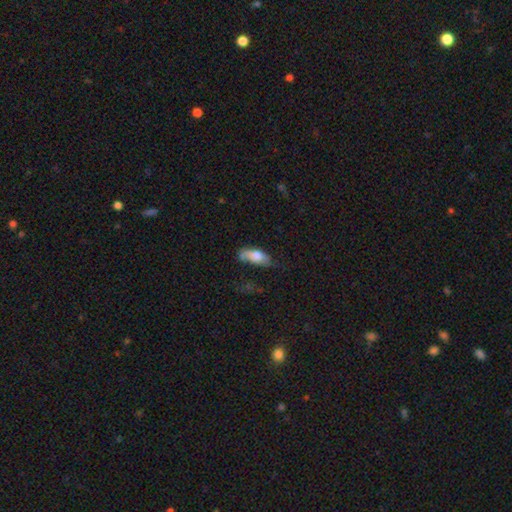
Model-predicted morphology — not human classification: Smooth or featured: smooth — 71% (featured or disk — 22%)
How rounded: in between — 78% (cigar-shaped — 19%)
Merging: none — 41% (minor disturbance — 34%)